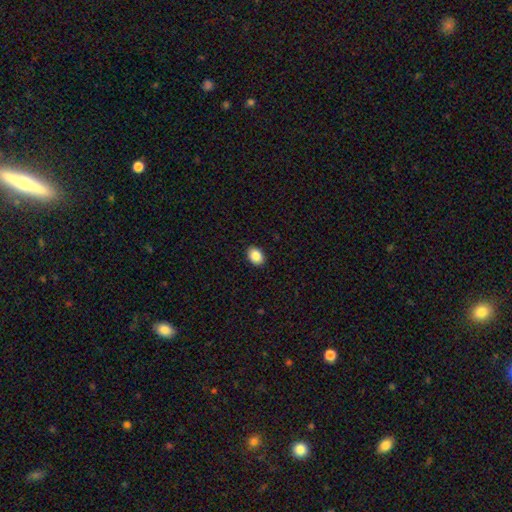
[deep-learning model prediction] smooth-or-featured: smooth: 87% | star or artifact: 8% | featured or disk: 5%
  how-rounded: in between: 71% | round: 29% | cigar-shaped: 1%
  merging: none: 90% | minor disturbance: 7% | major disturbance: 2% | merger: 1%